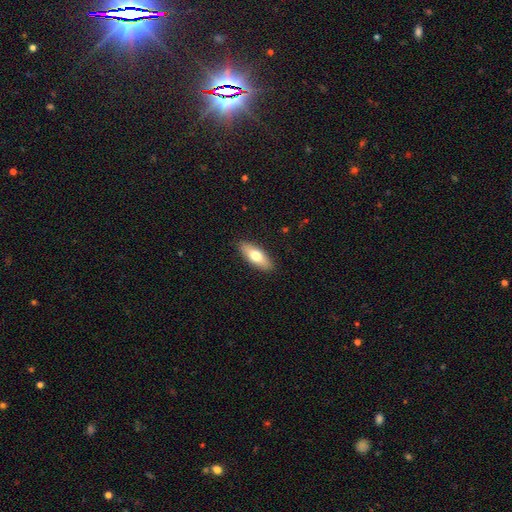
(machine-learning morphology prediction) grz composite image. It shows a smooth galaxy with no disk features (70%) that is in between round and cigar-shaped (75%). Merging: none (89%).